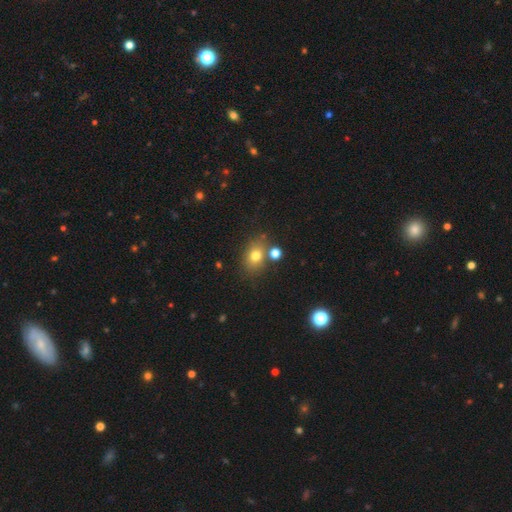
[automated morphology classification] Smooth or featured? smooth (75%)
How rounded? in between (55%)
Merging? none (70%)